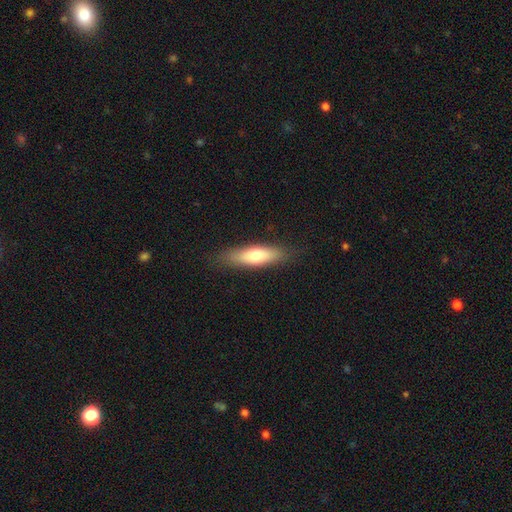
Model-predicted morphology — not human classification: Q: Smooth or featured?
A: smooth (66%); runner-up: featured or disk (28%)
Q: How rounded?
A: cigar-shaped (53%); runner-up: in between (44%)
Q: Merging?
A: none (84%); runner-up: minor disturbance (12%)